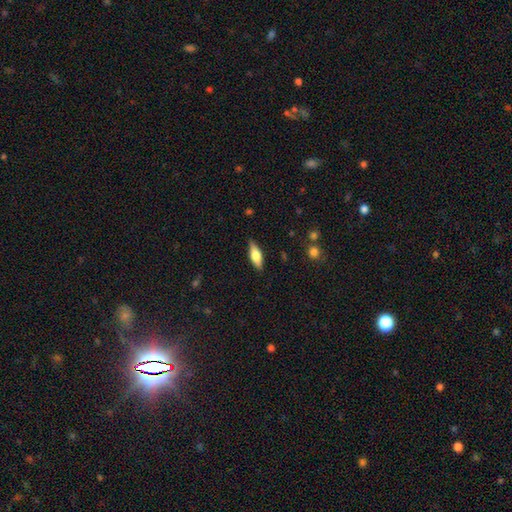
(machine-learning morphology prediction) Smooth or featured? smooth (62%)
How rounded? in between (62%)
Merging? none (85%)